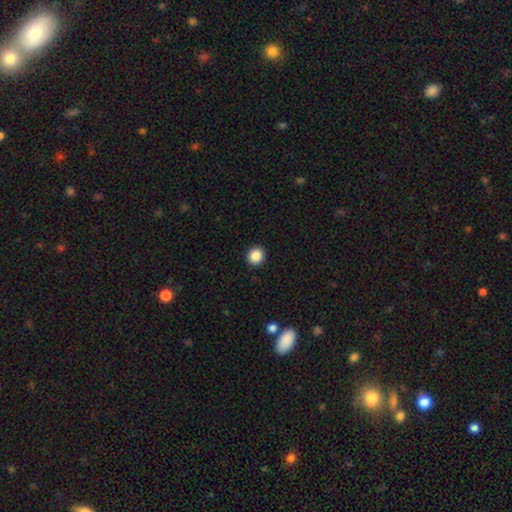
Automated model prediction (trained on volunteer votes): The model was most divided on "smooth or featured": smooth: 88%, star or artifact: 9%, featured or disk: 3%. More confident: merging — none (93%); how rounded — round (91%).